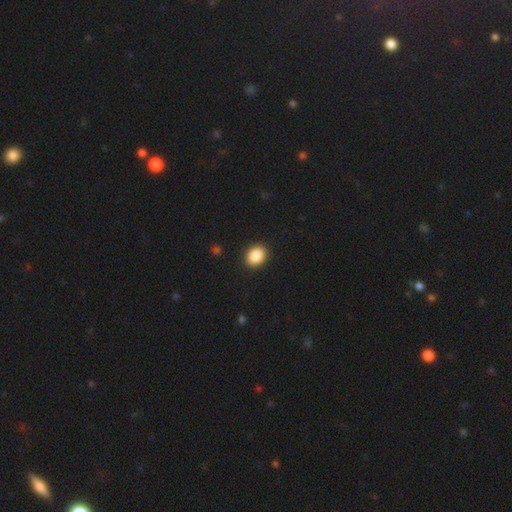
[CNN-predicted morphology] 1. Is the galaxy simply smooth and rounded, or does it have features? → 88% smooth, 8% star or artifact, 4% featured or disk.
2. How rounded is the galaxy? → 55% in between, 44% round, 1% cigar-shaped.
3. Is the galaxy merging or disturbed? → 91% none, 6% minor disturbance, 2% major disturbance, 1% merger.